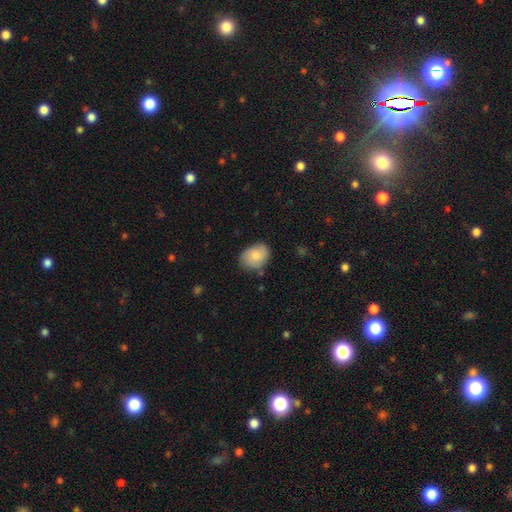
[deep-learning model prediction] Overall: smooth (75%). How rounded: in between (67%; round 32%). Merging: none (71%).